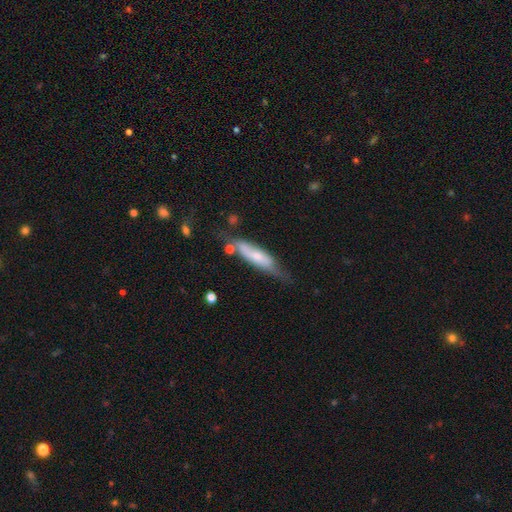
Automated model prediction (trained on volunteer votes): Morphology: type=smooth (55%); roundness=cigar-shaped (65%); merging=none (48%).